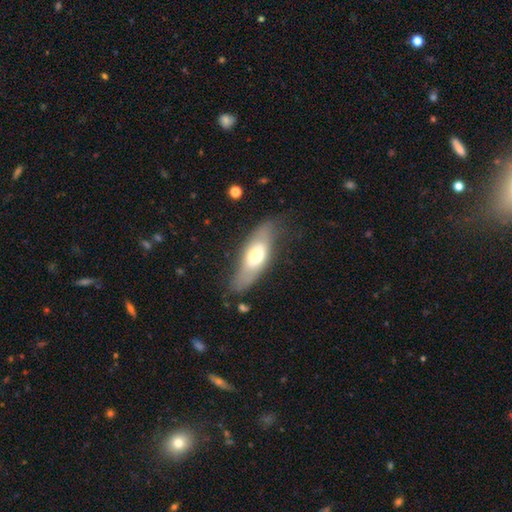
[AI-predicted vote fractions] A smooth galaxy with no disk features (54%) that is in between round and cigar-shaped (62%).

Vote fractions:
- Smooth or featured? smooth: 54% / featured or disk: 40% / star or artifact: 6%
- How rounded? in between: 62% / cigar-shaped: 36% / round: 3%
- Merging? none: 72% / minor disturbance: 19% / major disturbance: 7% / merger: 2%